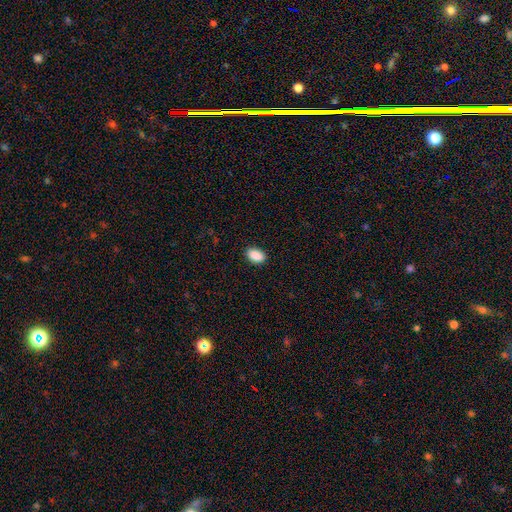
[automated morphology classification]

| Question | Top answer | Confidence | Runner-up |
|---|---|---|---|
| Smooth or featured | smooth | 90% | star or artifact (7%) |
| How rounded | in between | 90% | round (9%) |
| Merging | none | 89% | minor disturbance (8%) |